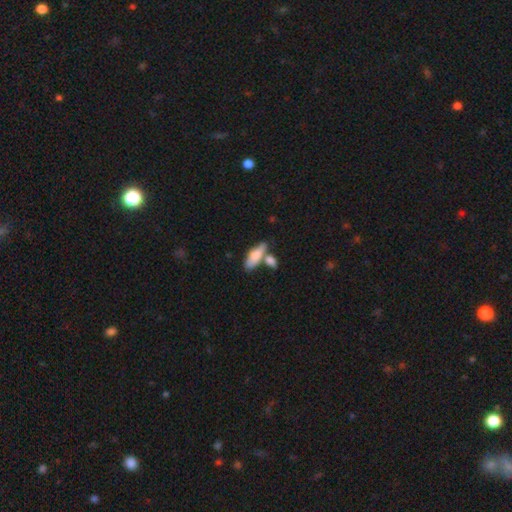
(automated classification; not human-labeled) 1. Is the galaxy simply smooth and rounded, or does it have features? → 77% smooth, 16% featured or disk, 7% star or artifact.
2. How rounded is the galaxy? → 72% in between, 25% cigar-shaped, 3% round.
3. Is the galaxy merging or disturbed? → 43% none, 36% merger, 15% minor disturbance, 6% major disturbance.